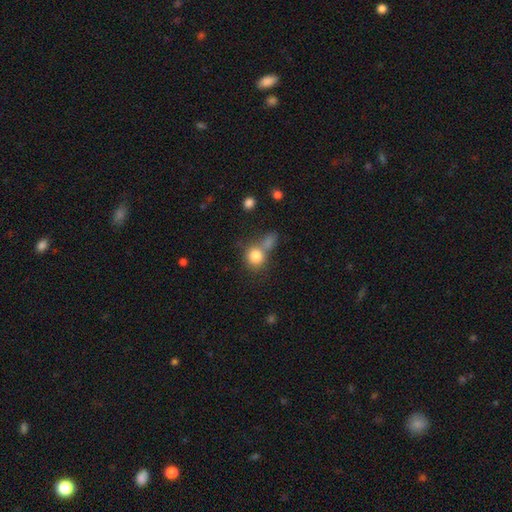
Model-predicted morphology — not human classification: Q: Smooth or featured?
A: smooth (82%); runner-up: star or artifact (10%)
Q: How rounded?
A: round (83%); runner-up: in between (16%)
Q: Merging?
A: none (47%); runner-up: merger (36%)